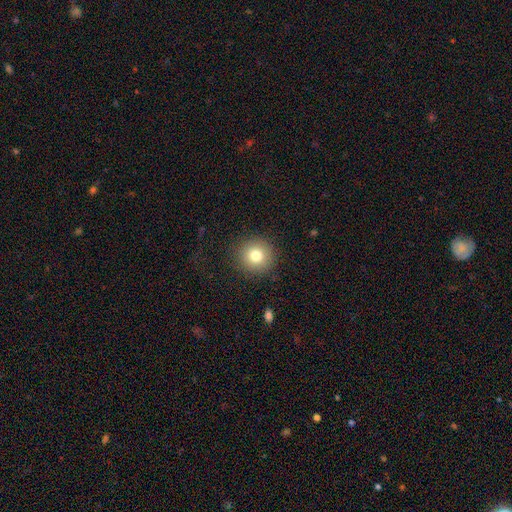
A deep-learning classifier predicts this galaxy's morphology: The model was most divided on "smooth or featured": smooth: 79%, star or artifact: 11%, featured or disk: 10%. More confident: how rounded — round (94%); merging — none (90%).